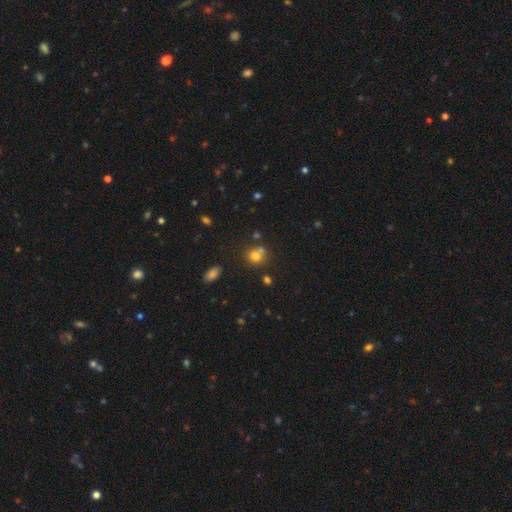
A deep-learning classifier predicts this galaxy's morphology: Q: Smooth or featured?
A: smooth (73%); runner-up: star or artifact (15%)
Q: How rounded?
A: round (77%); runner-up: in between (22%)
Q: Merging?
A: none (49%); runner-up: merger (36%)